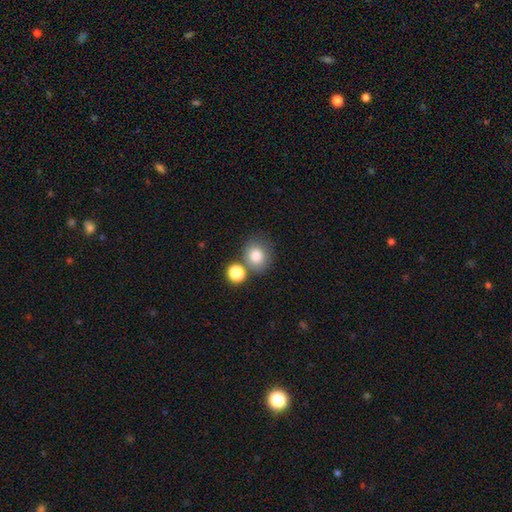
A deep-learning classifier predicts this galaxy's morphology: Smooth or featured?
  - smooth: 83% *
  - star or artifact: 10%
  - featured or disk: 8%
How rounded?
  - round: 80% *
  - in between: 19%
  - cigar-shaped: 1%
Merging?
  - none: 63% *
  - merger: 19%
  - minor disturbance: 12%
  - major disturbance: 5%